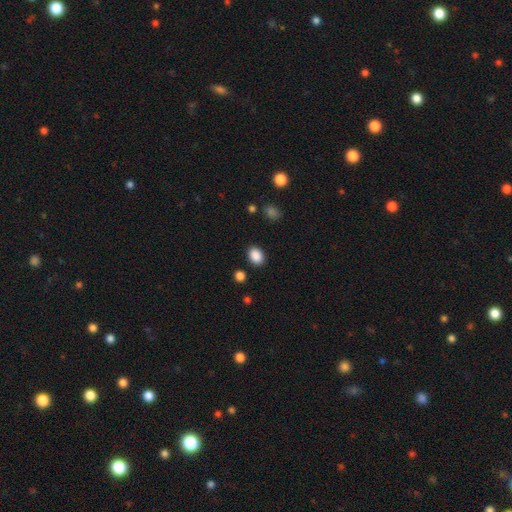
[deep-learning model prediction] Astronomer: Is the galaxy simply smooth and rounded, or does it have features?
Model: smooth — 88%.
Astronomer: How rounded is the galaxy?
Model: in between — 66%.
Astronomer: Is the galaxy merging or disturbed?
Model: none — 87%.